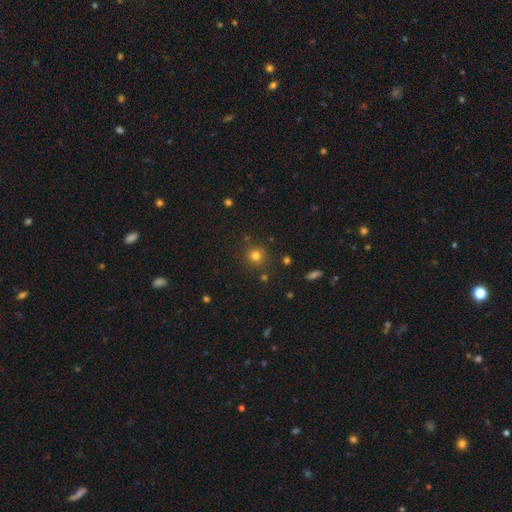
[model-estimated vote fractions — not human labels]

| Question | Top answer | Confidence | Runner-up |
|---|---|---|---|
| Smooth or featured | smooth | 78% | star or artifact (16%) |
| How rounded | round | 91% | in between (8%) |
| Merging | none | 83% | minor disturbance (9%) |